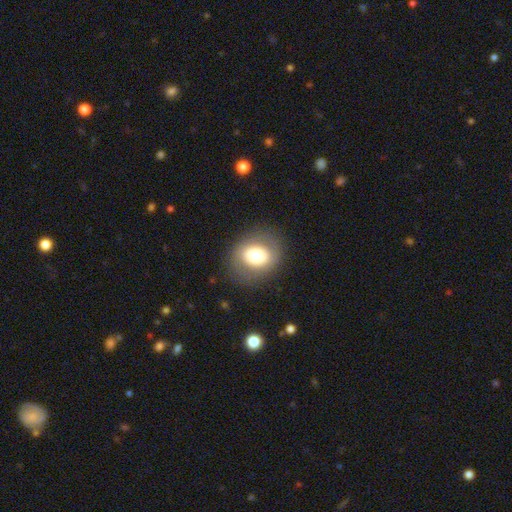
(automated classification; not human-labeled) smooth 69%, featured or disk 22%, star or artifact 10%. Down the decision tree: how rounded — round (67%); merging — none (83%).